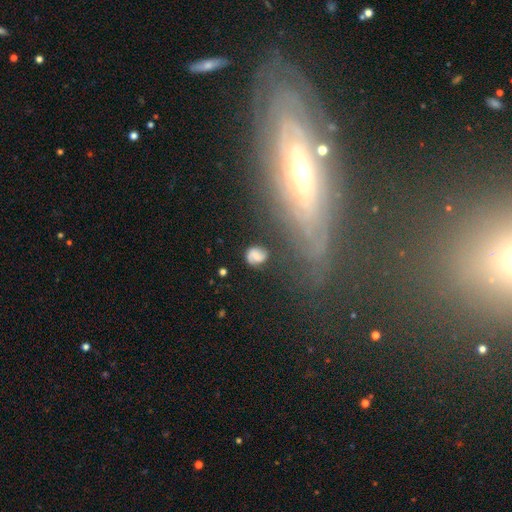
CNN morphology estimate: A smooth galaxy with no disk features (59%) that is round (56%). Merging: none (64%).